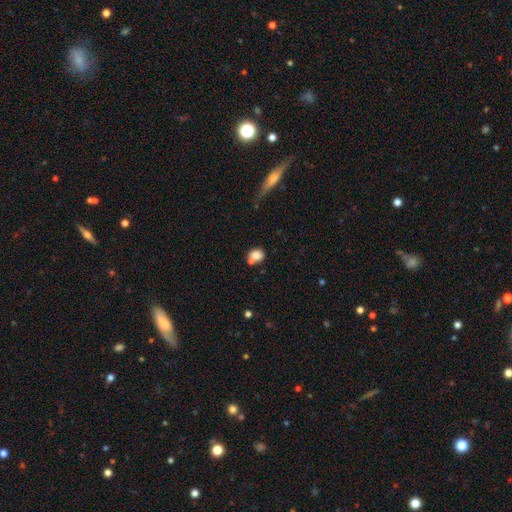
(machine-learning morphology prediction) This is clearly a smooth galaxy (80%). How rounded: possibly round (58%). Merging: possibly none (48%).